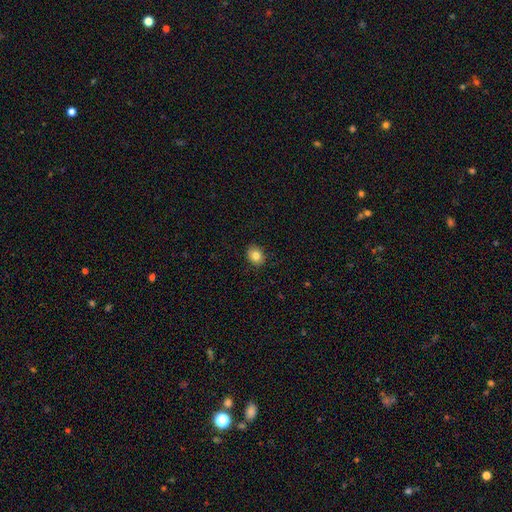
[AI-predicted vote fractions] smooth-or-featured: smooth: 84% | star or artifact: 9% | featured or disk: 7%
  how-rounded: round: 55% | in between: 44% | cigar-shaped: 1%
  merging: none: 88% | minor disturbance: 9% | major disturbance: 2% | merger: 1%